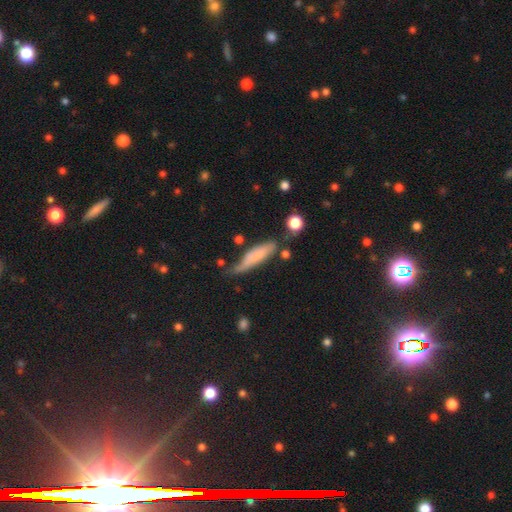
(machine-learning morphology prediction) type=smooth (63%); roundness=cigar-shaped (73%); merging=none (49%).